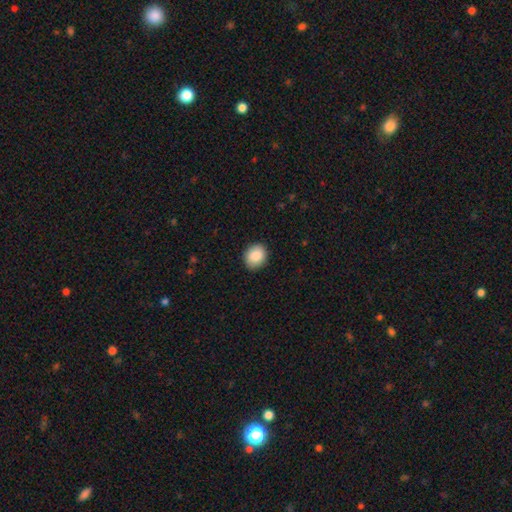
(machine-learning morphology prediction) The model was most divided on "how rounded": round: 61%, in between: 38%, cigar-shaped: 1%. More confident: merging — none (90%); smooth or featured — smooth (88%).